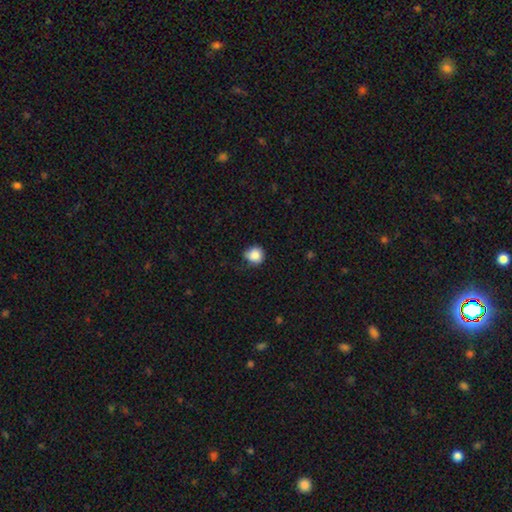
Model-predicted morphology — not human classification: smooth_or_featured: smooth (p=0.87) [alt: star or artifact p=0.09]
how_rounded: round (p=0.87) [alt: in between p=0.12]
merging: none (p=0.59) [alt: minor disturbance p=0.31]